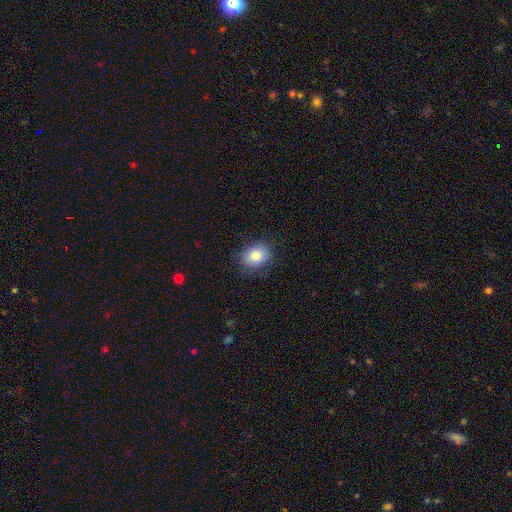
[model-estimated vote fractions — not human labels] Smooth or featured: smooth — 83% (star or artifact — 9%)
How rounded: round — 53% (in between — 46%)
Merging: none — 84% (minor disturbance — 12%)